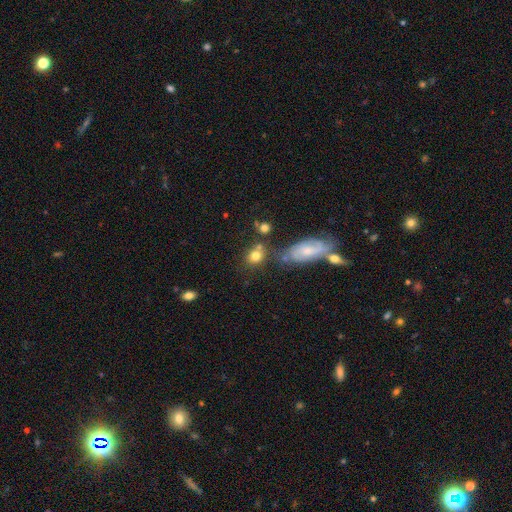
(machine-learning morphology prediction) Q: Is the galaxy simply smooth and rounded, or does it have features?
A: smooth — 76%.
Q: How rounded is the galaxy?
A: round — 58%.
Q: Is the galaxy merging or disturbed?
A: none — 58%.